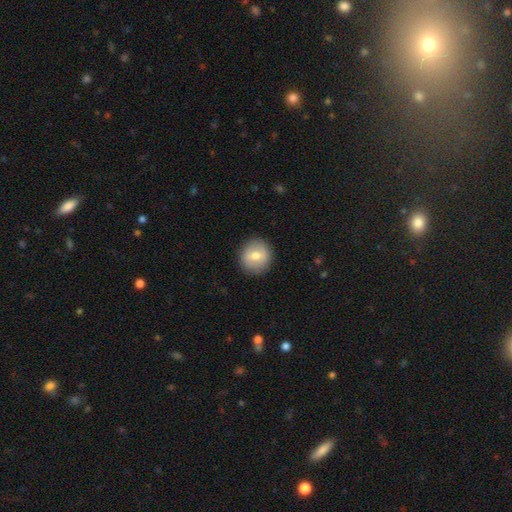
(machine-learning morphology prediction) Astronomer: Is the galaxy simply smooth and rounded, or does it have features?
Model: smooth — 67%.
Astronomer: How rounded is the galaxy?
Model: round — 90%.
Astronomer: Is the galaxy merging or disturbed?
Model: none — 89%.